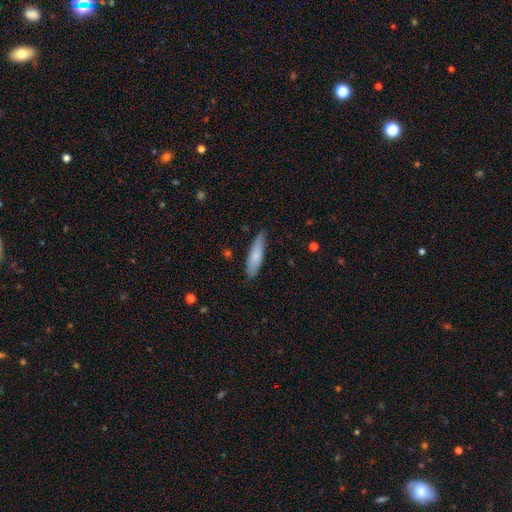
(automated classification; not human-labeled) Q: Smooth or featured?
A: smooth (77%); runner-up: featured or disk (17%)
Q: How rounded?
A: cigar-shaped (71%); runner-up: in between (27%)
Q: Merging?
A: none (81%); runner-up: minor disturbance (16%)